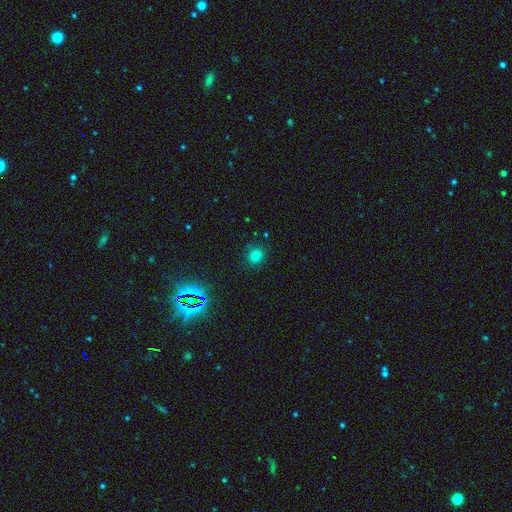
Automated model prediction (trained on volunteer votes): Smooth or featured: smooth — 74% (star or artifact — 19%)
How rounded: round — 84% (in between — 15%)
Merging: none — 84% (minor disturbance — 11%)